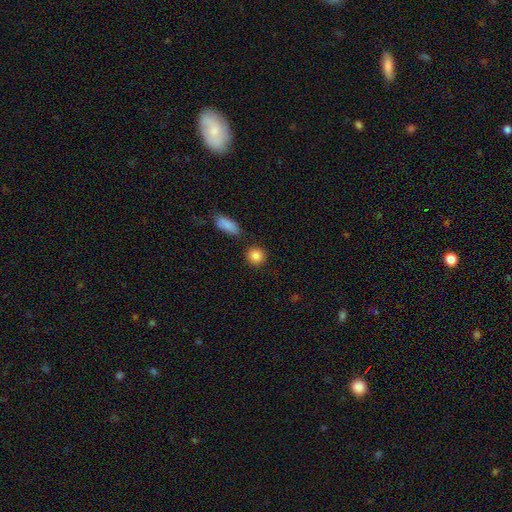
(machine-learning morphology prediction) type=smooth (87%); roundness=round (88%); merging=none (84%).